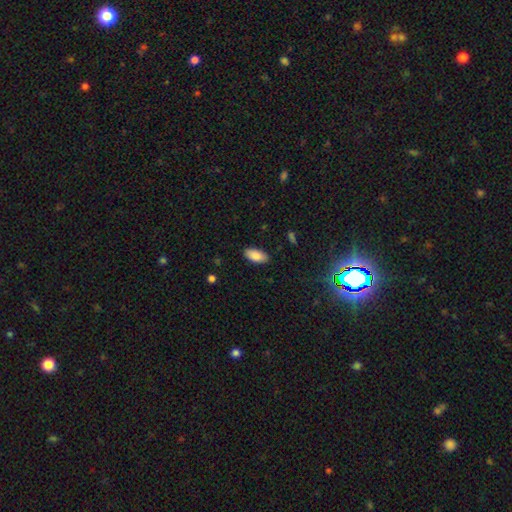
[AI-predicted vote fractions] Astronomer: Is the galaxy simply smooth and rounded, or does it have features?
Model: smooth — 85%.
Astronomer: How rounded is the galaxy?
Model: in between — 92%.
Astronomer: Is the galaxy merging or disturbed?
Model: none — 87%.